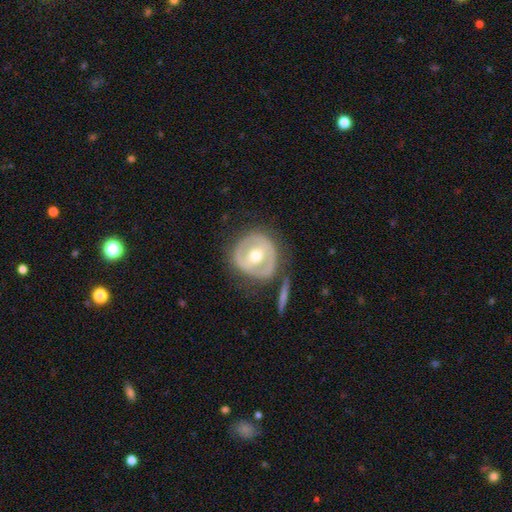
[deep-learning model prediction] The model was most divided on "bar": no: 36%, weak: 34%, strong: 30%. More confident: edge-on disk — no (94%); bulge size — moderate (76%); spiral arms — no (70%); merging — none (69%); smooth or featured — featured or disk (64%).